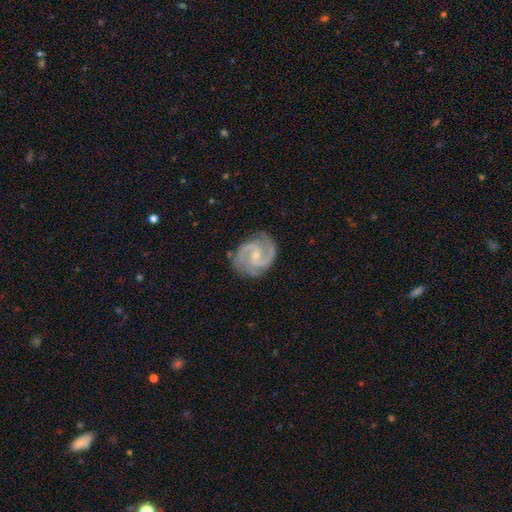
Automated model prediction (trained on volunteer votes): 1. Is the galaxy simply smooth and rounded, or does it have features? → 93% featured or disk, 4% star or artifact, 3% smooth.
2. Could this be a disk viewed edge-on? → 98% no, 2% yes.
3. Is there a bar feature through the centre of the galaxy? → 52% no, 38% weak, 9% strong.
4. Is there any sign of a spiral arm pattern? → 99% yes, 1% no.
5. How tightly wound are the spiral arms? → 58% medium, 34% tight, 8% loose.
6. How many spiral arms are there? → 88% 2, 6% 3, 2% can't tell, 1% 4, 1% 1, 1% more than 4.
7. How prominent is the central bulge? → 68% small, 28% moderate, 3% none, 1% large, 1% dominant.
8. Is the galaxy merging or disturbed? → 82% none, 14% minor disturbance, 3% major disturbance, 1% merger.